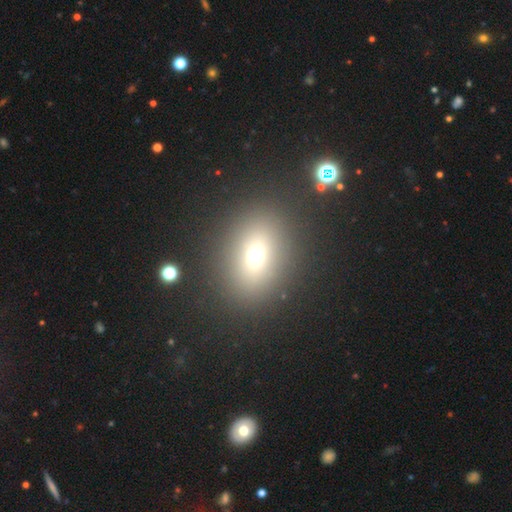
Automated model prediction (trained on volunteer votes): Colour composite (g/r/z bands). It shows a smooth galaxy with no disk features (68%) that is in between round and cigar-shaped (59%). Merging: none (85%).